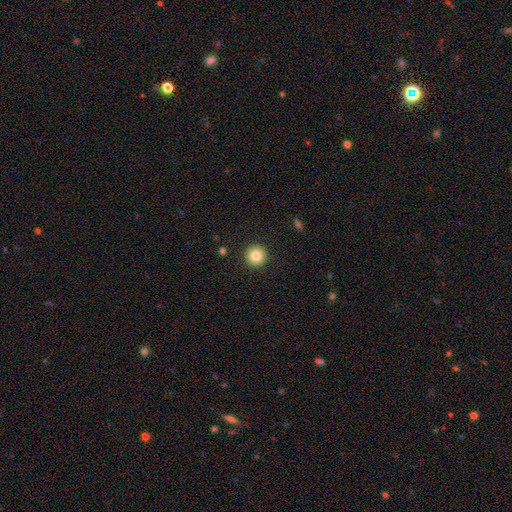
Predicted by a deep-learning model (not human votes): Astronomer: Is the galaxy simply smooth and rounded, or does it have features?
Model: smooth — 83%.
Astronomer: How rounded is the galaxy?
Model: round — 96%.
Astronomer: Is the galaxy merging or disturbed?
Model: none — 93%.